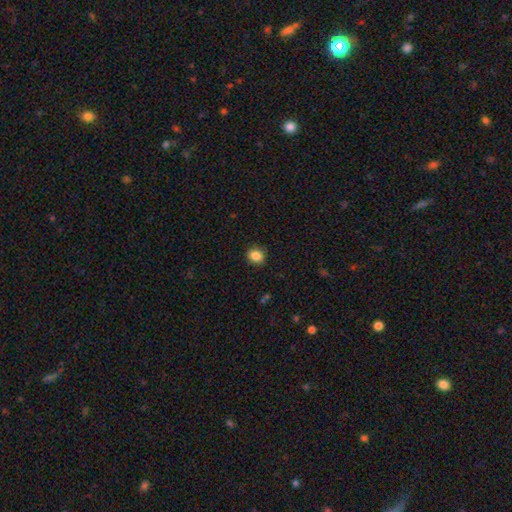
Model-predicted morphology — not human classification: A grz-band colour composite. It shows a smooth galaxy with no disk features (86%) that is round (76%). Merging: none (90%).